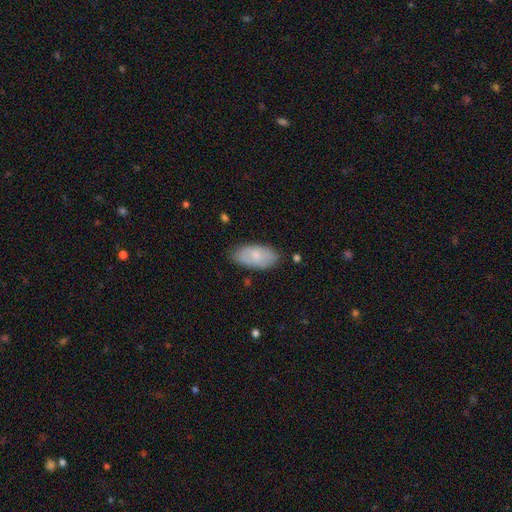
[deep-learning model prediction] Overall: smooth (72%). How rounded: in between (94%). Merging: none (78%).